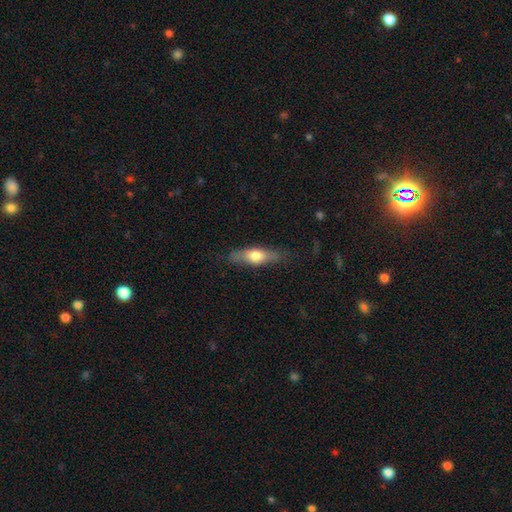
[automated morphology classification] Smooth or featured? smooth (58%)
How rounded? cigar-shaped (50%)
Merging? none (78%)